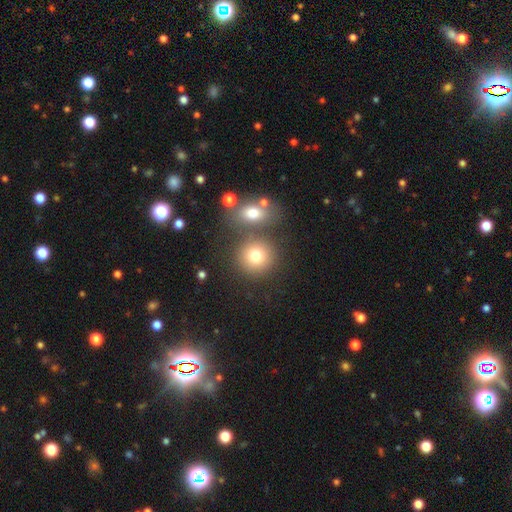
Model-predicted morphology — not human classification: This appears to be a smooth galaxy with no disk features (77%) that is round (87%). Merging: none (69%).